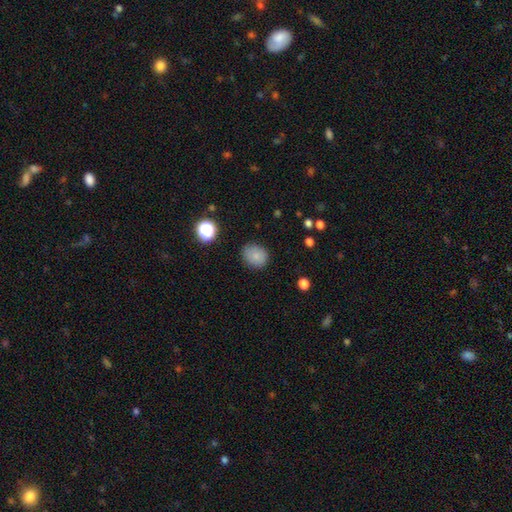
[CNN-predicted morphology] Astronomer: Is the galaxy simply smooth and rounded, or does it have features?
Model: smooth — 83%.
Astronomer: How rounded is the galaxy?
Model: round — 64%.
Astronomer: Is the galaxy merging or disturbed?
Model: none — 82%.